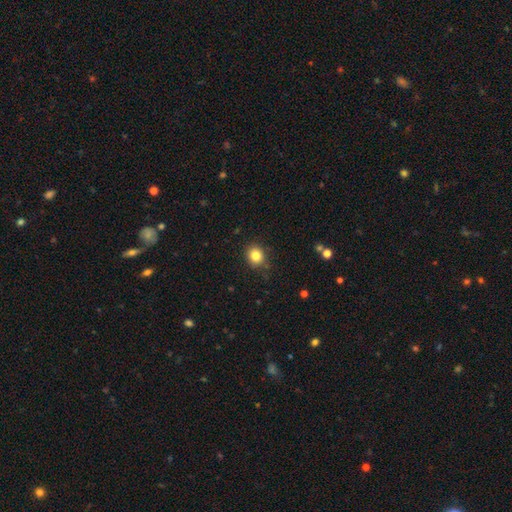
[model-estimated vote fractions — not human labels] smooth-or-featured: smooth: 83% | star or artifact: 11% | featured or disk: 6%
  how-rounded: round: 73% | in between: 26% | cigar-shaped: 1%
  merging: none: 84% | minor disturbance: 12% | major disturbance: 3% | merger: 1%